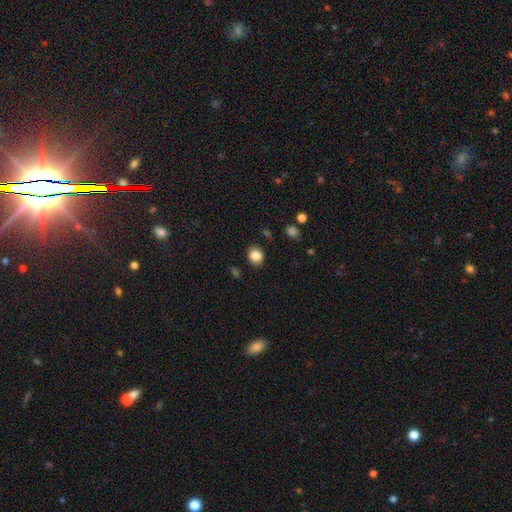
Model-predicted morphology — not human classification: type=smooth (84%); roundness=round (70%); merging=none (87%).